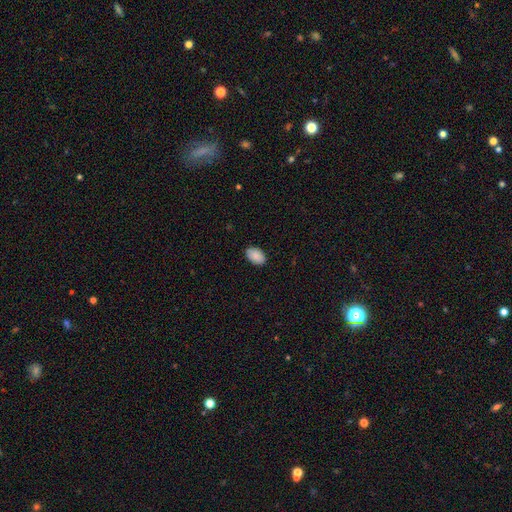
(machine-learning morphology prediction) Smooth or featured: smooth — 90% (star or artifact — 7%)
How rounded: in between — 91% (round — 8%)
Merging: none — 87% (minor disturbance — 10%)